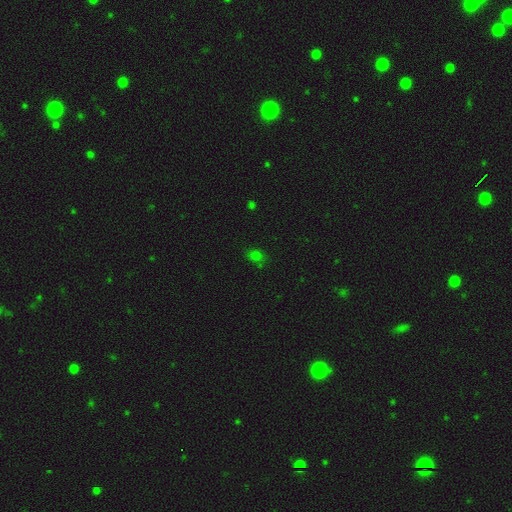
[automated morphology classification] Smooth or featured: smooth — 67% (star or artifact — 27%)
How rounded: round — 54% (in between — 44%)
Merging: none — 77% (minor disturbance — 15%)